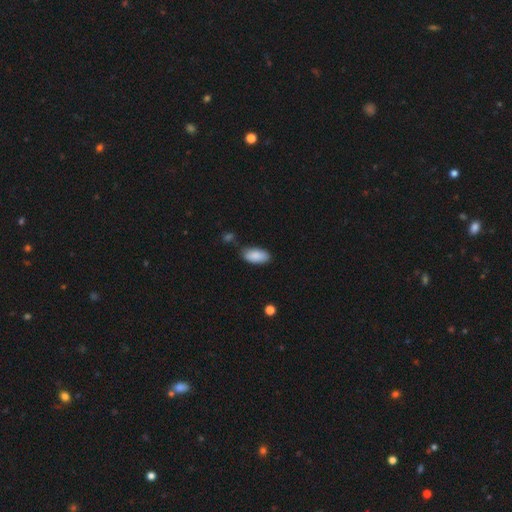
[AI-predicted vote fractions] Morphology: type=smooth (89%); roundness=in between (92%); merging=none (74%).